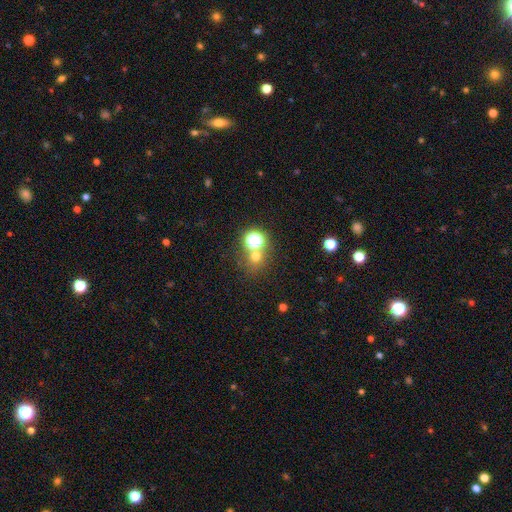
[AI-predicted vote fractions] Smooth or featured? smooth (61%)
How rounded? round (85%)
Merging? none (64%)